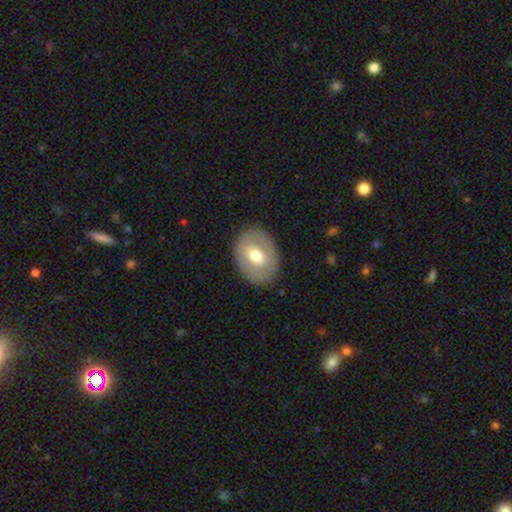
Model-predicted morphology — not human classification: Q: Smooth or featured?
A: smooth (52%); runner-up: featured or disk (42%)
Q: How rounded?
A: in between (66%); runner-up: round (33%)
Q: Merging?
A: none (85%); runner-up: minor disturbance (10%)